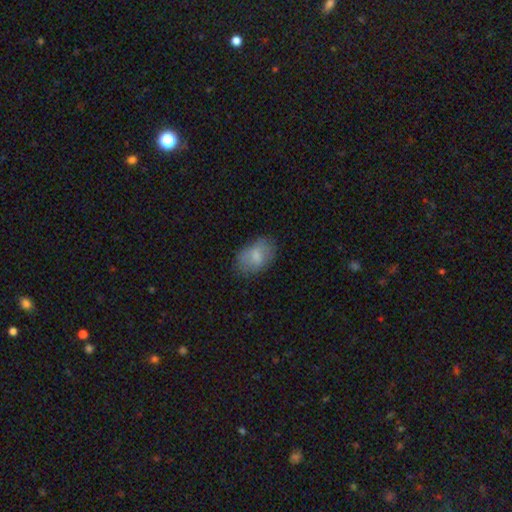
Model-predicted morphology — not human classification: smooth-or-featured: smooth: 75% | featured or disk: 17% | star or artifact: 8%
  how-rounded: in between: 88% | round: 11% | cigar-shaped: 1%
  merging: none: 72% | minor disturbance: 21% | major disturbance: 7% | merger: 1%